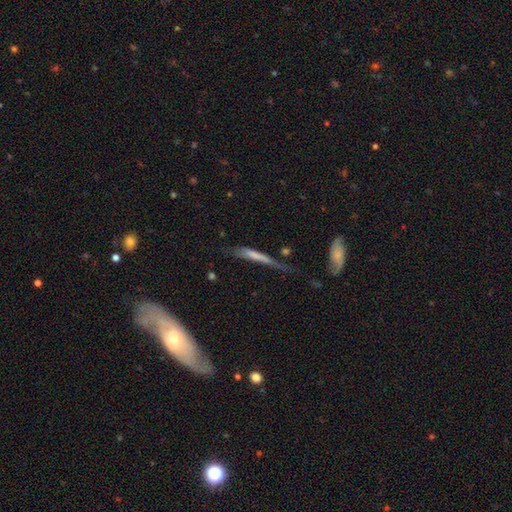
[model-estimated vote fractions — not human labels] This appears to be a smooth galaxy with no disk features (53%) that is cigar-shaped (90%). Merging: none (35%).